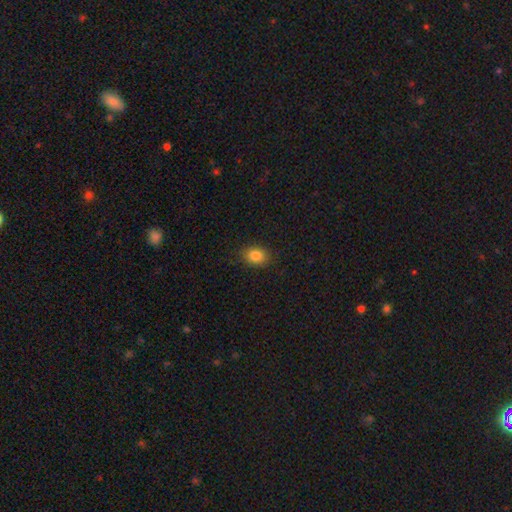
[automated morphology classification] Smooth or featured?
  - smooth: 85% *
  - star or artifact: 10%
  - featured or disk: 6%
How rounded?
  - in between: 64% *
  - round: 35%
  - cigar-shaped: 1%
Merging?
  - none: 86% *
  - minor disturbance: 10%
  - major disturbance: 3%
  - merger: 1%